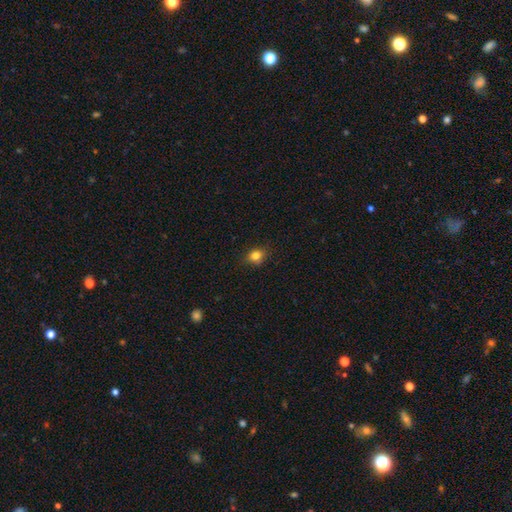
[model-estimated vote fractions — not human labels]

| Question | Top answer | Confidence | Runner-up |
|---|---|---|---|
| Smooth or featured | smooth | 81% | star or artifact (13%) |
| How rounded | round | 60% | in between (38%) |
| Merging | none | 83% | minor disturbance (13%) |